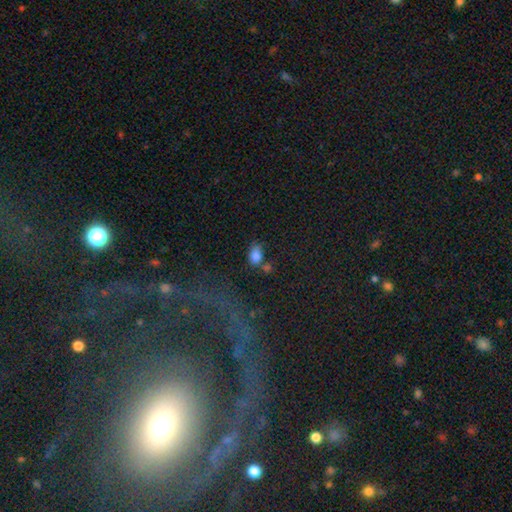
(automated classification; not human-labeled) A smooth galaxy with no disk features (81%) that is in between round and cigar-shaped (82%). Merging: none (51%).